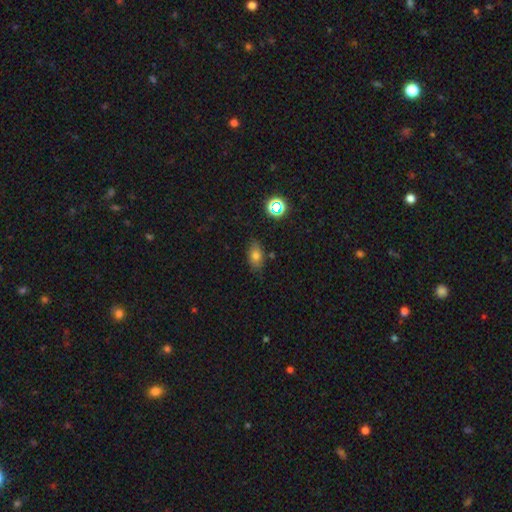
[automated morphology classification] Overall: smooth (71%). How rounded: in between (83%). Merging: none (78%).